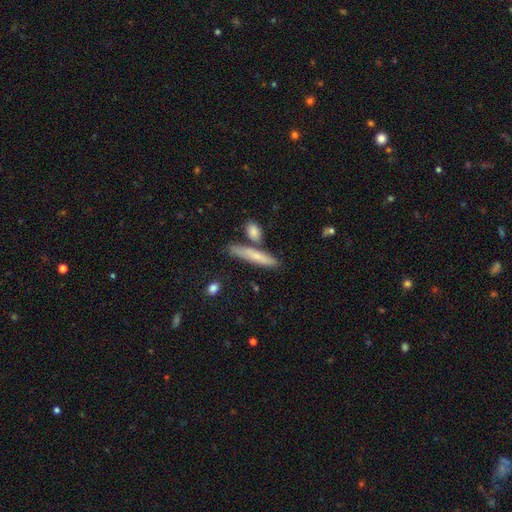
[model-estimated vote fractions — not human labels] Q: Smooth or featured?
A: smooth (66%); runner-up: featured or disk (28%)
Q: How rounded?
A: cigar-shaped (88%); runner-up: in between (10%)
Q: Merging?
A: none (75%); runner-up: minor disturbance (12%)